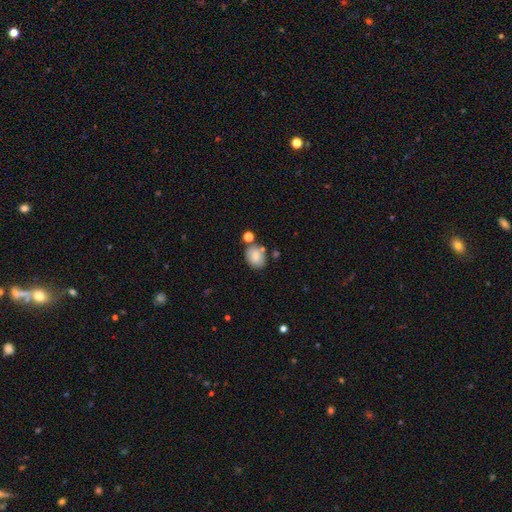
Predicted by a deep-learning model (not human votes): smooth_or_featured: smooth (p=0.77) [alt: featured or disk p=0.13]
how_rounded: in between (p=0.56) [alt: round p=0.43]
merging: none (p=0.65) [alt: minor disturbance p=0.17]